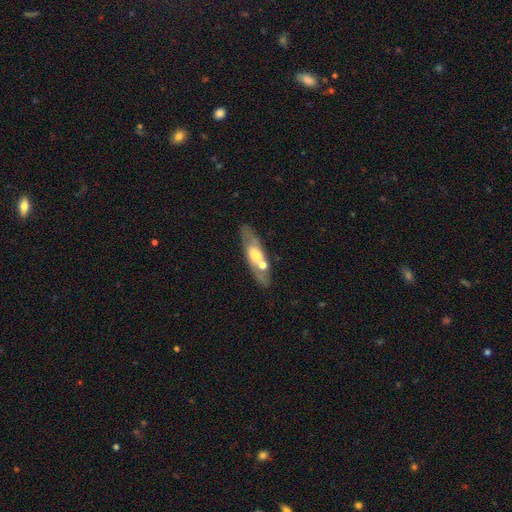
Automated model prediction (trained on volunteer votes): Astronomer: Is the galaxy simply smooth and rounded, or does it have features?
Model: featured or disk — 49% (runner-up: smooth, 44%).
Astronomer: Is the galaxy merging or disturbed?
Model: none — 61%.